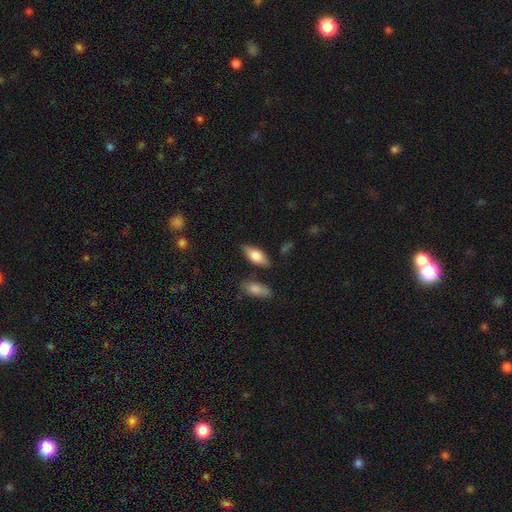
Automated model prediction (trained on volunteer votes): Smooth or featured: smooth — 70% (featured or disk — 23%)
How rounded: in between — 80% (cigar-shaped — 17%)
Merging: none — 81% (minor disturbance — 12%)